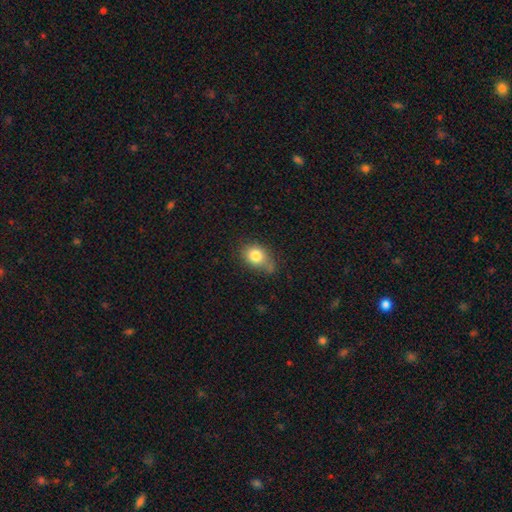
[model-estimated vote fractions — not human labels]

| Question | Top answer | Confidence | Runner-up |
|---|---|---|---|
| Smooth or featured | smooth | 82% | star or artifact (9%) |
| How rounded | in between | 58% | round (40%) |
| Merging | none | 57% | minor disturbance (29%) |